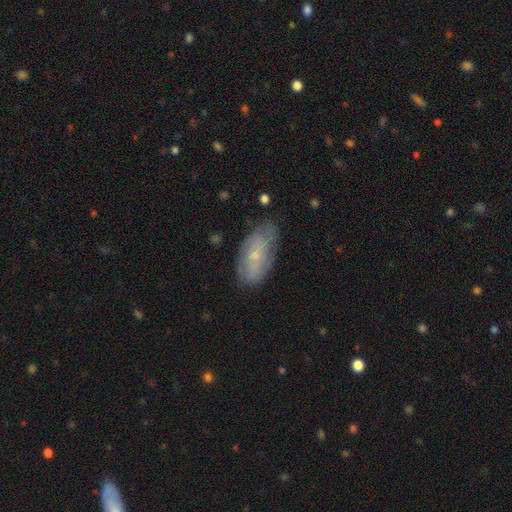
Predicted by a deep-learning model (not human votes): A featured or disk galaxy (48%). Merging: none (66%).